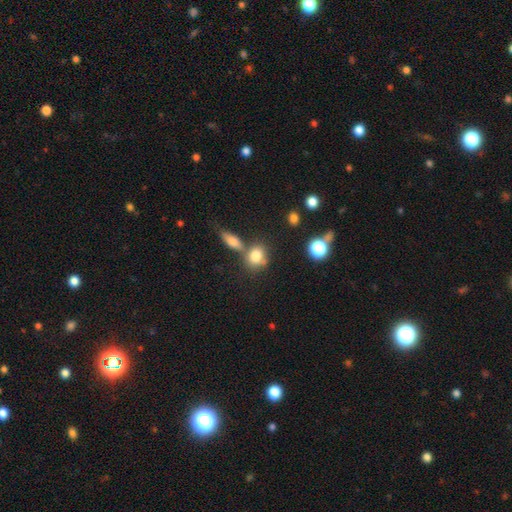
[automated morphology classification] This is likely a smooth galaxy (78%). How rounded: possibly round (59%). Merging: possibly none (50%).